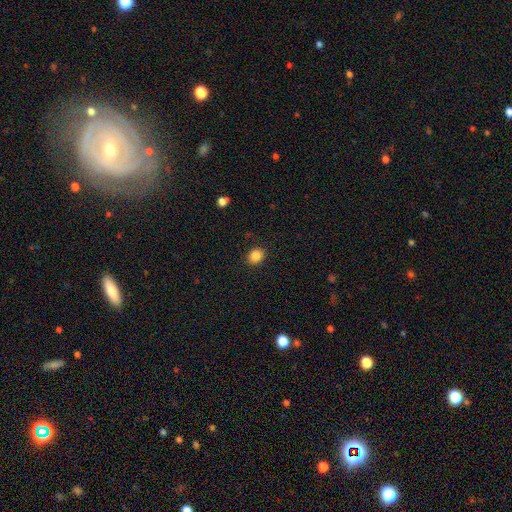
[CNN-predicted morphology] smooth_or_featured: smooth (p=0.85) [alt: star or artifact p=0.11]
how_rounded: round (p=0.64) [alt: in between p=0.35]
merging: none (p=0.90) [alt: minor disturbance p=0.07]